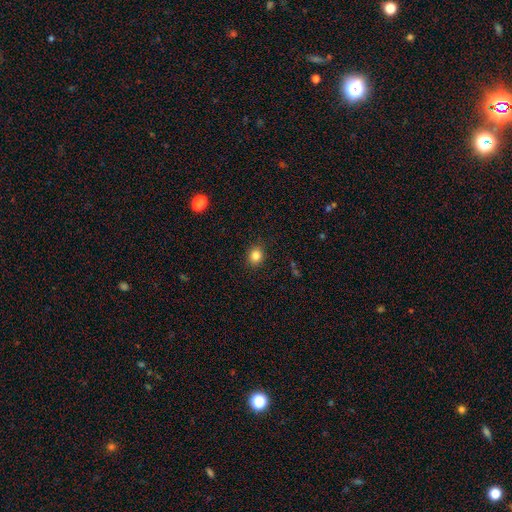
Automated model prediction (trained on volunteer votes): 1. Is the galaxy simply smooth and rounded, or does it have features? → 83% smooth, 11% star or artifact, 5% featured or disk.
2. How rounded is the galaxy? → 72% round, 27% in between, 1% cigar-shaped.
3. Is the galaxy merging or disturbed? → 89% none, 7% minor disturbance, 2% major disturbance, 1% merger.